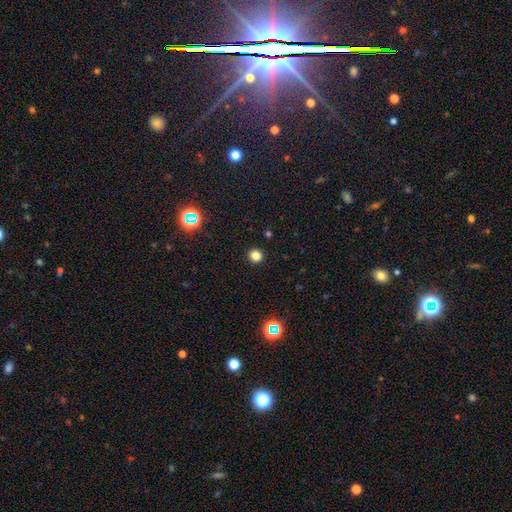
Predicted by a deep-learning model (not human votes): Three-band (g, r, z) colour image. It shows a smooth galaxy with no disk features (80%) that is round (93%). Merging: none (93%).